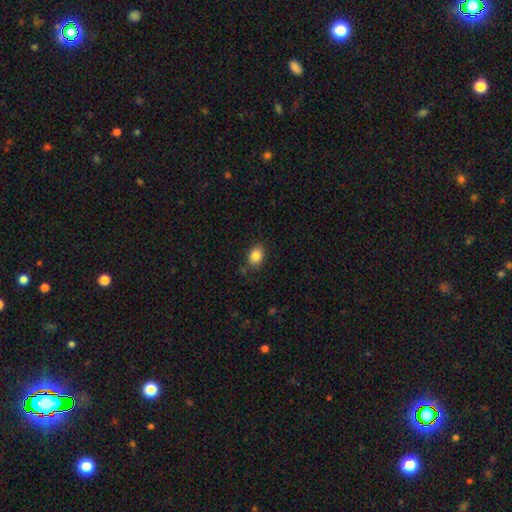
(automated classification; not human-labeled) smooth_or_featured: smooth (p=0.85) [alt: star or artifact p=0.09]
how_rounded: in between (p=0.65) [alt: round p=0.34]
merging: none (p=0.81) [alt: minor disturbance p=0.13]